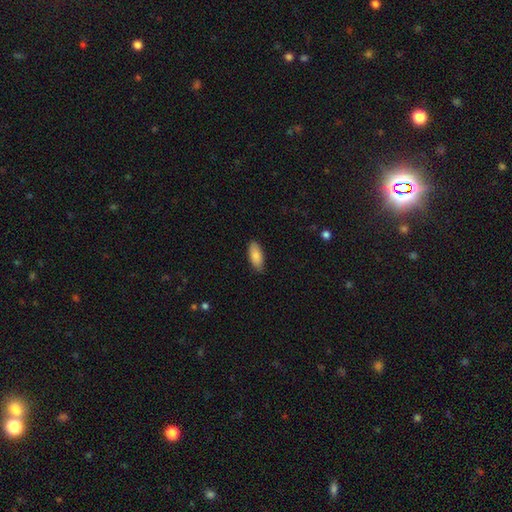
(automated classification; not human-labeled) A smooth galaxy with no disk features (86%) that is in between round and cigar-shaped (85%).

Vote fractions:
- Smooth or featured? smooth: 86% / featured or disk: 9% / star or artifact: 6%
- How rounded? in between: 85% / cigar-shaped: 13% / round: 2%
- Merging? none: 84% / minor disturbance: 13% / major disturbance: 2% / merger: 1%